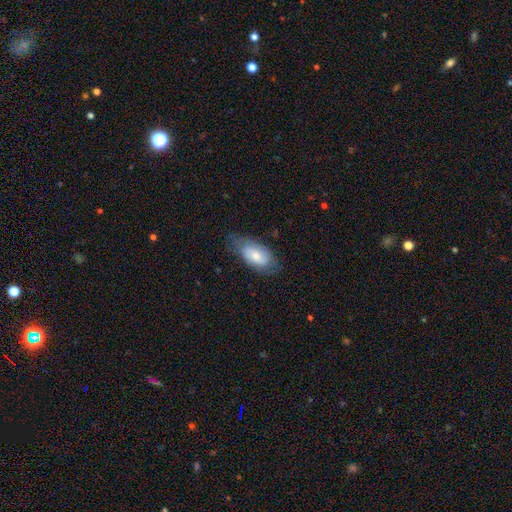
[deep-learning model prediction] smooth 65%, featured or disk 29%, star or artifact 6%. Down the decision tree: how rounded — in between (91%); merging — none (62%).